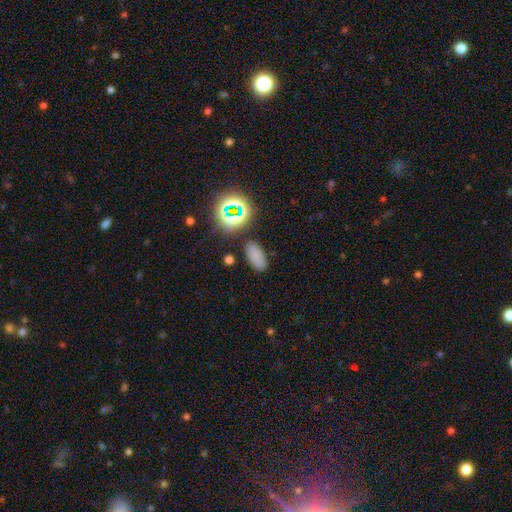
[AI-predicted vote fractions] Smooth or featured? smooth (73%)
How rounded? in between (88%)
Merging? none (84%)